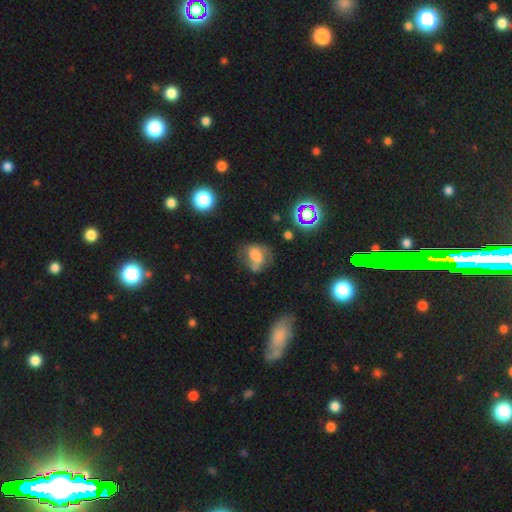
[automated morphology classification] Smooth or featured: smooth — 43% (featured or disk — 42%)
Merging: none — 42% (minor disturbance — 24%)